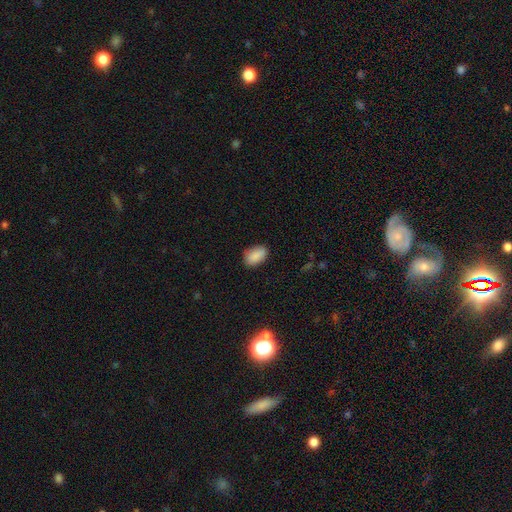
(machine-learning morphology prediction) This is clearly a smooth galaxy (89%). How rounded: clearly in between (90%). Merging: clearly none (81%).